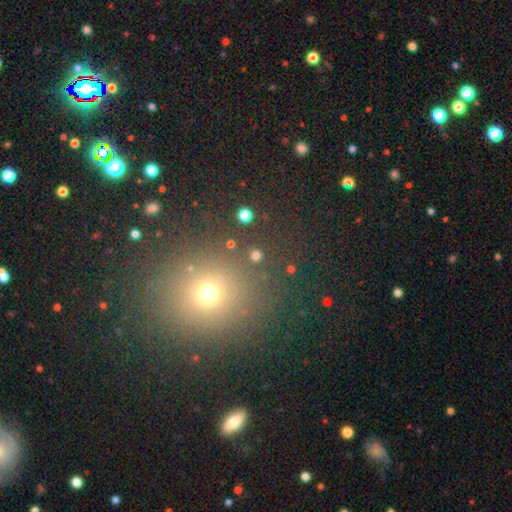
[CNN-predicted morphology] A smooth galaxy with no disk features (71%) that is round (91%).

Vote fractions:
- Smooth or featured? smooth: 71% / star or artifact: 23% / featured or disk: 6%
- How rounded? round: 91% / in between: 8% / cigar-shaped: 1%
- Merging? none: 87% / minor disturbance: 5% / merger: 4% / major disturbance: 3%